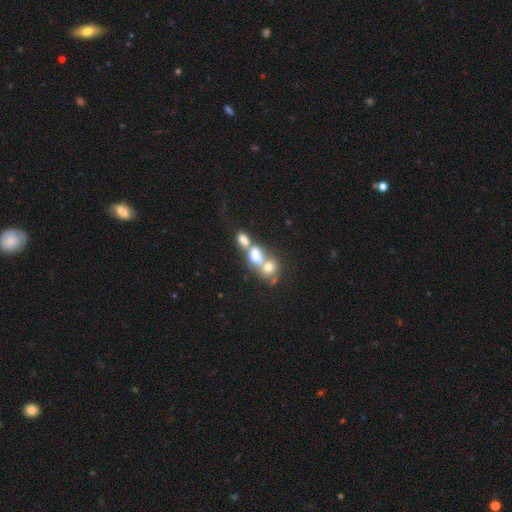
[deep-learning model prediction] A smooth galaxy with no disk features (67%) that is in between round and cigar-shaped (57%). Merging: merger (66%).